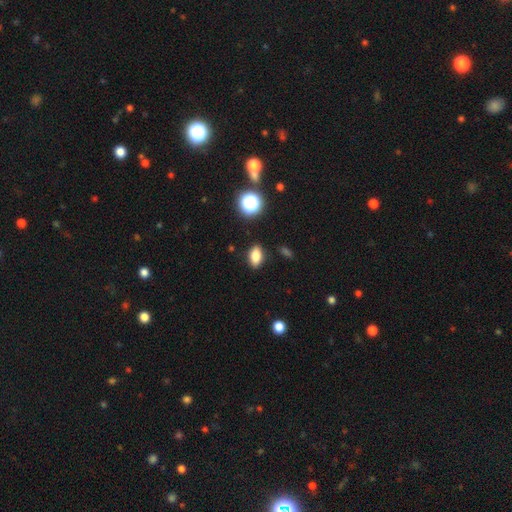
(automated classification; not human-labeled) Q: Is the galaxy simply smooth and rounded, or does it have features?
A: smooth — 80%.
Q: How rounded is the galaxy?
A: in between — 83%.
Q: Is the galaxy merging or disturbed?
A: none — 88%.